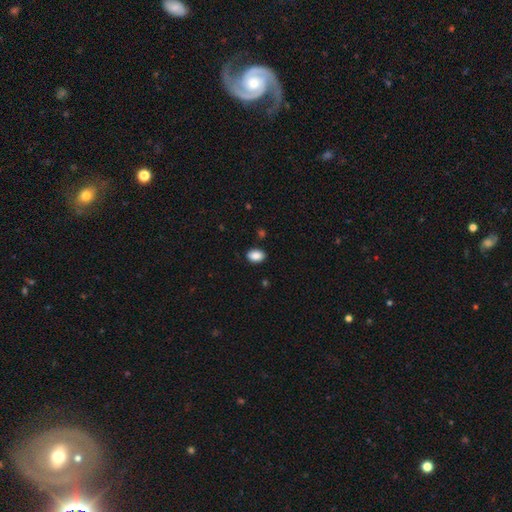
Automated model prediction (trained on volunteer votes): This appears to be a smooth galaxy with no disk features (89%) that is in between round and cigar-shaped (86%). Merging: none (88%).